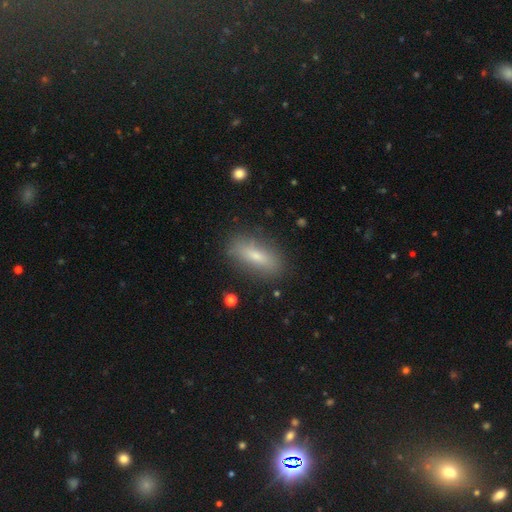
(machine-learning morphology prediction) smooth_or_featured: smooth (p=0.66) [alt: featured or disk p=0.26]
how_rounded: in between (p=0.59) [alt: cigar-shaped p=0.38]
merging: none (p=0.82) [alt: minor disturbance p=0.13]